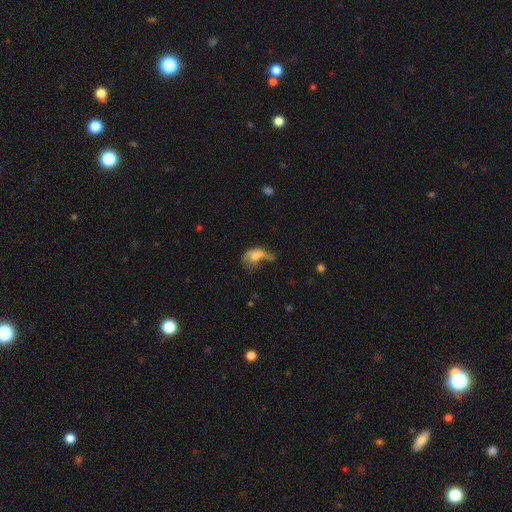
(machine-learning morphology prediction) Smooth or featured? smooth (54%)
How rounded? in between (72%)
Merging? major disturbance (46%)